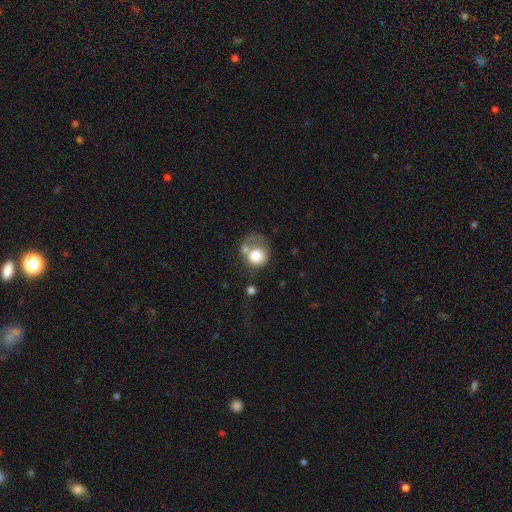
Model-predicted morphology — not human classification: A smooth galaxy with no disk features (69%) that is round (71%). Merging: major disturbance (32%).